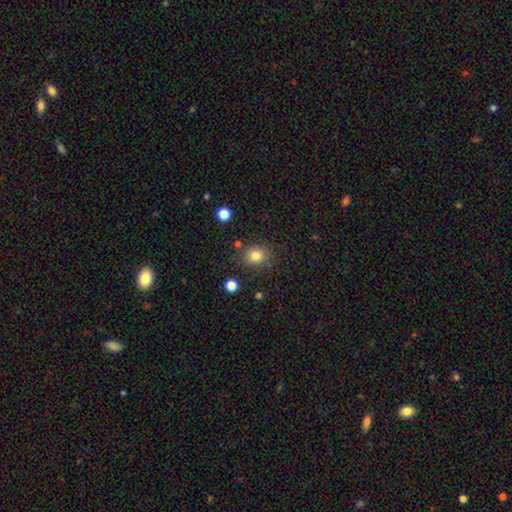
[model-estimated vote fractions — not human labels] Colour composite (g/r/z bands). It shows a smooth galaxy with no disk features (82%) that is round (63%). Merging: none (80%).